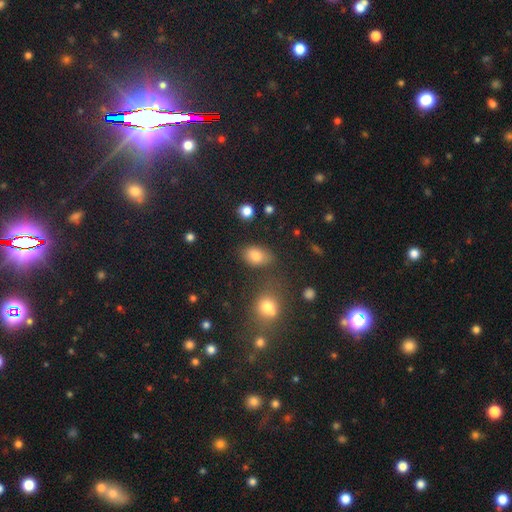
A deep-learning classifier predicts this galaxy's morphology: The model was most divided on "merging": none: 73%, minor disturbance: 15%, merger: 7%, major disturbance: 5%. More confident: smooth or featured — smooth (81%); how rounded — in between (80%).